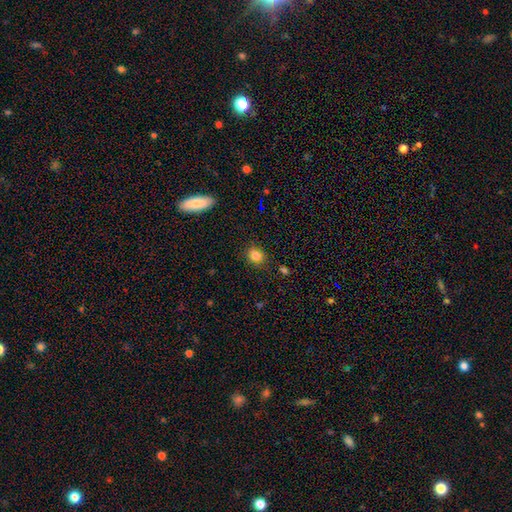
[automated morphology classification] This appears to be a smooth galaxy with no disk features (83%) that is round (76%). Merging: none (87%).